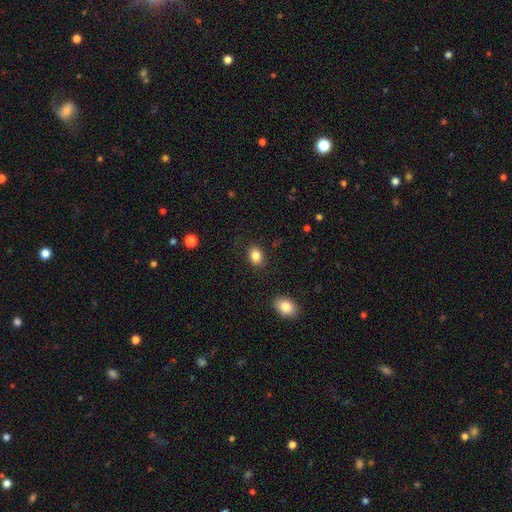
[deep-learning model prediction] Smooth or featured: smooth — 84% (star or artifact — 10%)
How rounded: in between — 61% (round — 38%)
Merging: none — 85% (minor disturbance — 10%)